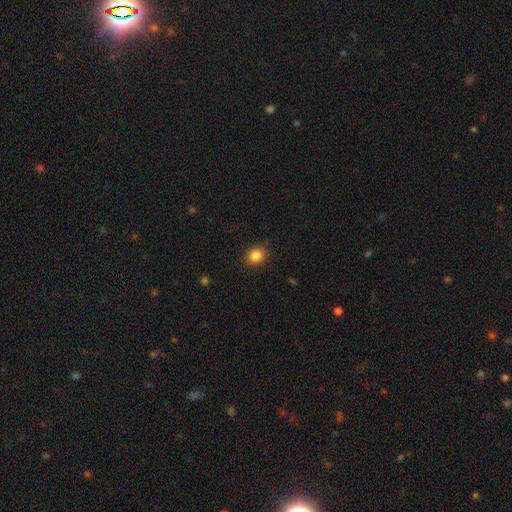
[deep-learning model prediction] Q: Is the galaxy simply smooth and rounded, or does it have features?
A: smooth — 85%.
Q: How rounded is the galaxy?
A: round — 69%.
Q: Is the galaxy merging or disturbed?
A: none — 89%.